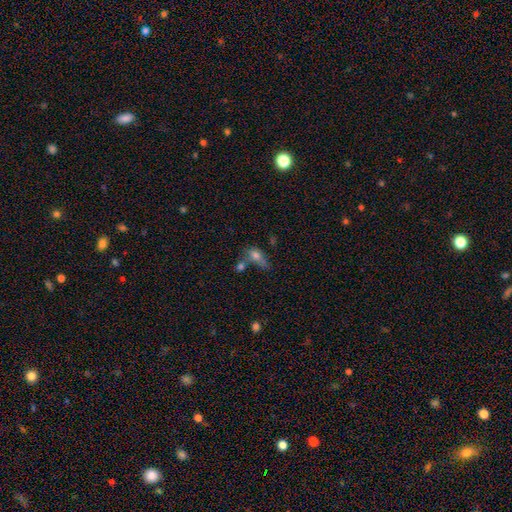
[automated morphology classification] smooth_or_featured: smooth (p=0.68) [alt: featured or disk p=0.20]
how_rounded: in between (p=0.69) [alt: round p=0.23]
merging: merger (p=0.34) [alt: none p=0.27]